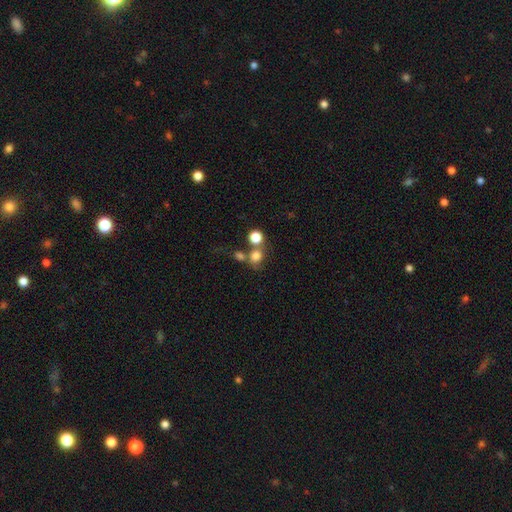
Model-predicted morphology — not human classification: This is likely a smooth galaxy (76%). How rounded: likely round (74%). Merging: possibly none (47%).